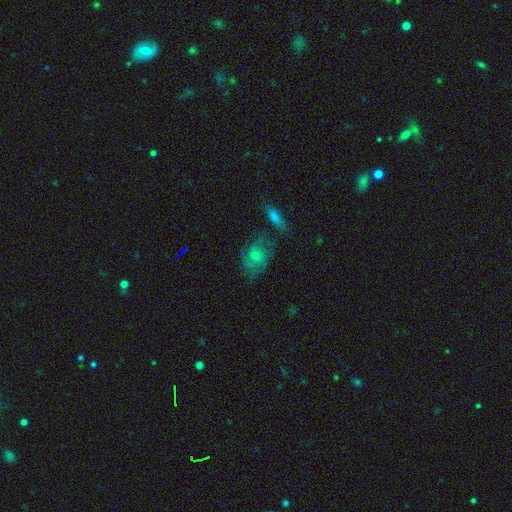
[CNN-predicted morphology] type=featured or disk (58%); edge-on=no (95%); bar=no (72%); spiral arms=yes (83%); bulge=small (54%); merging=none (62%).